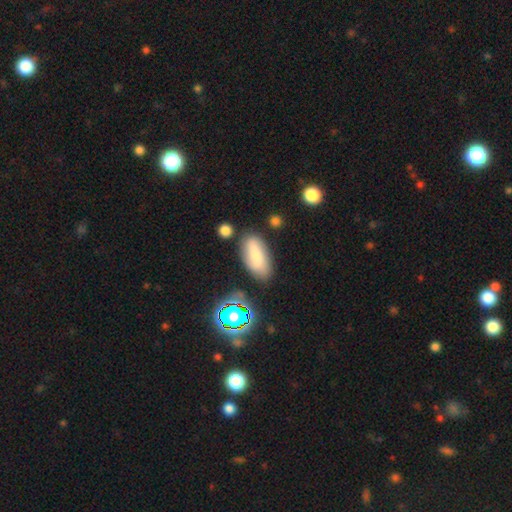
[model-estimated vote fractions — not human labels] Morphology: type=smooth (72%); roundness=in between (86%); merging=none (73%).